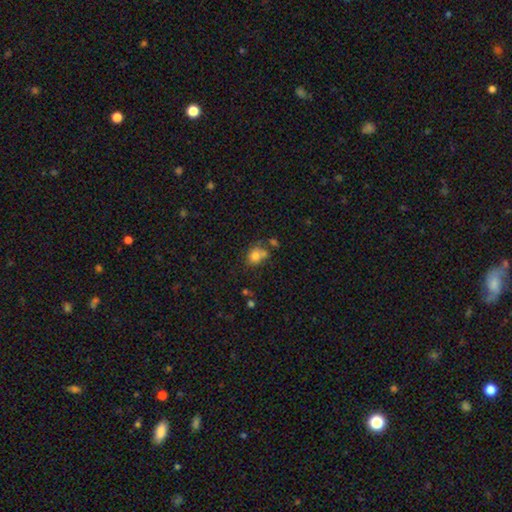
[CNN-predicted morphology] Smooth or featured: smooth — 76% (featured or disk — 12%)
How rounded: round — 56% (in between — 43%)
Merging: none — 43% (merger — 28%)